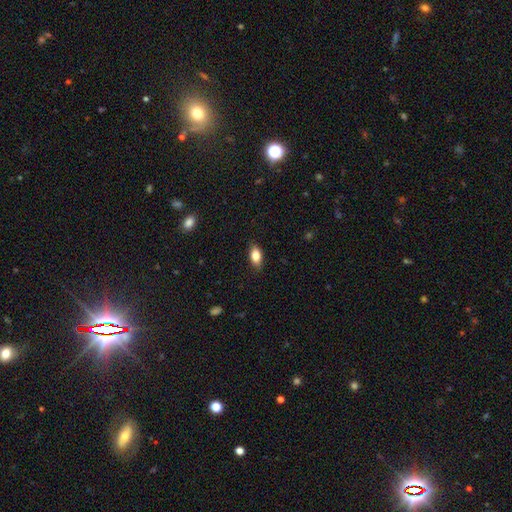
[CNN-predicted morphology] smooth 83%, featured or disk 10%, star or artifact 8%. Down the decision tree: how rounded — in between (87%); merging — none (85%).